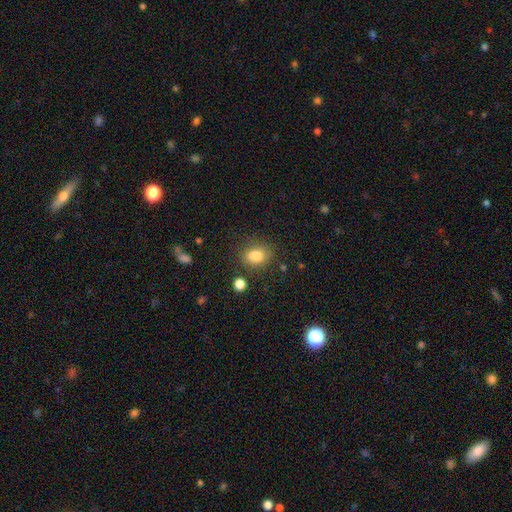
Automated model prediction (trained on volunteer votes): A smooth galaxy with no disk features (83%) that is in between round and cigar-shaped (63%). Merging: none (71%).